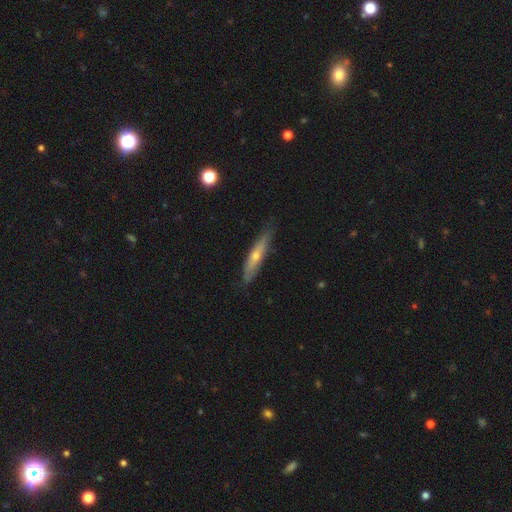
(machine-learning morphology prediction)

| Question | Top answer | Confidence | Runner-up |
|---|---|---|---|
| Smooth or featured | featured or disk | 51% | smooth (43%) |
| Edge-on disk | yes | 79% | no (21%) |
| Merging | none | 81% | minor disturbance (15%) |